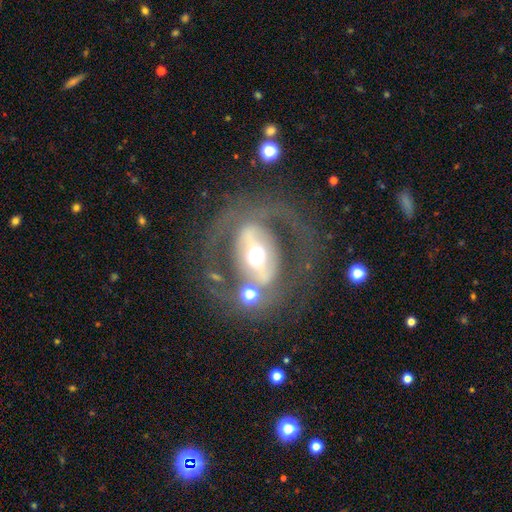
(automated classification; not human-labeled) Smooth or featured? Predicted: featured or disk (p=0.71). Edge-on disk? Predicted: no (p=0.90). Bar? Predicted: strong (p=0.57). Spiral arms? Predicted: no (p=0.60). Bulge size? Predicted: moderate (p=0.60). Merging? Predicted: none (p=0.63).